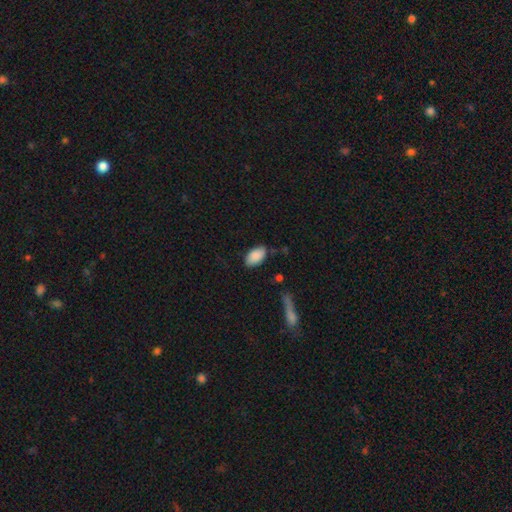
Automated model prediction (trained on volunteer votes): A smooth galaxy with no disk features (88%) that is in between round and cigar-shaped (94%). Merging: none (76%).